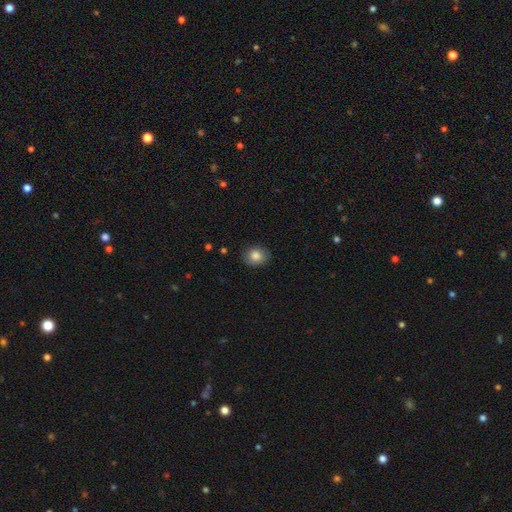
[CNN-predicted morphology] Q: Smooth or featured?
A: smooth (84%); runner-up: star or artifact (9%)
Q: How rounded?
A: round (59%); runner-up: in between (40%)
Q: Merging?
A: none (84%); runner-up: minor disturbance (12%)